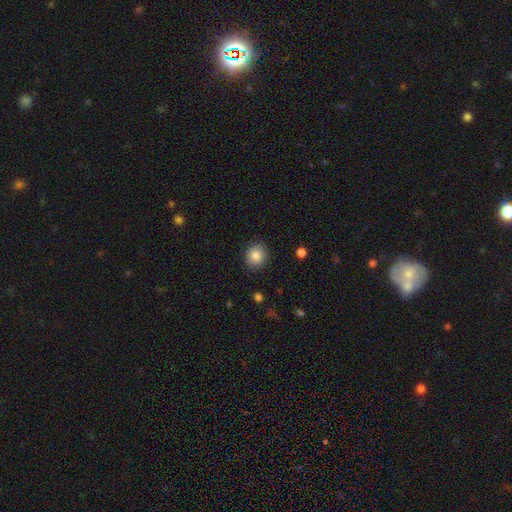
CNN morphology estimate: type=smooth (82%); roundness=round (82%); merging=none (91%).